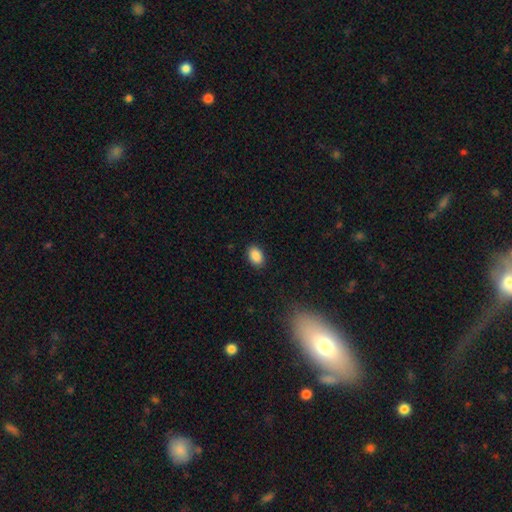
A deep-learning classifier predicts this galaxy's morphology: Smooth or featured? smooth (89%)
How rounded? in between (86%)
Merging? none (89%)